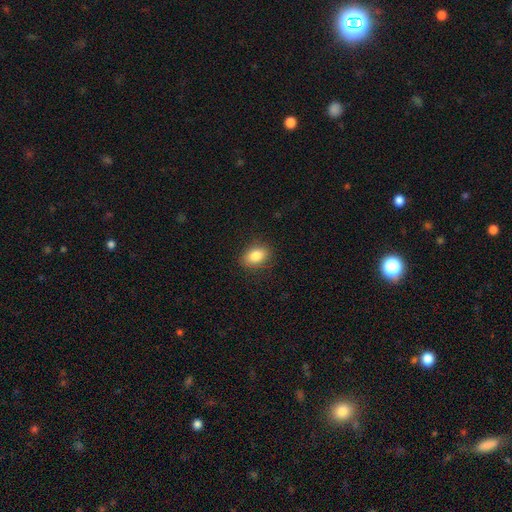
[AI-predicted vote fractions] Smooth or featured?
  - smooth: 85% *
  - star or artifact: 8%
  - featured or disk: 7%
How rounded?
  - in between: 80% *
  - round: 19%
  - cigar-shaped: 1%
Merging?
  - none: 86% *
  - minor disturbance: 10%
  - major disturbance: 3%
  - merger: 1%